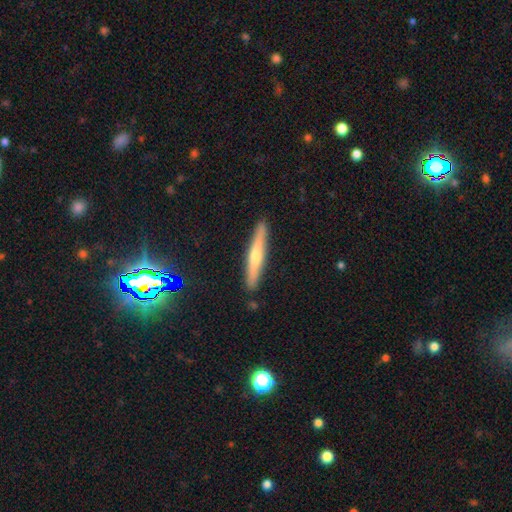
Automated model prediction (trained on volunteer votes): Smooth or featured? Predicted: featured or disk (p=0.51). Edge-on disk? Predicted: yes (p=0.95). Merging? Predicted: none (p=0.90).